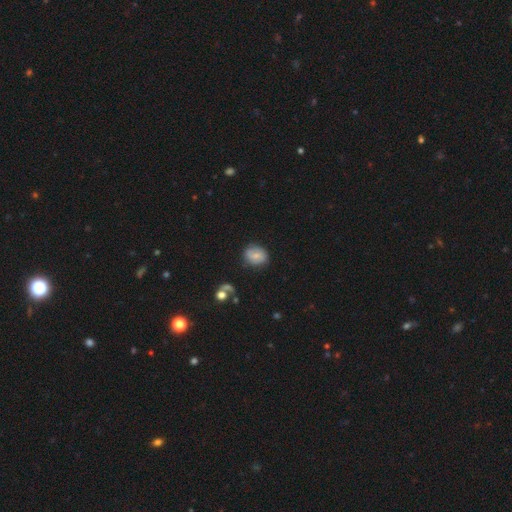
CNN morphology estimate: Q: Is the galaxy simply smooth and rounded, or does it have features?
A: smooth — 62%.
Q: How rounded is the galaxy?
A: round — 57%.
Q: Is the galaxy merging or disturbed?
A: none — 75%.